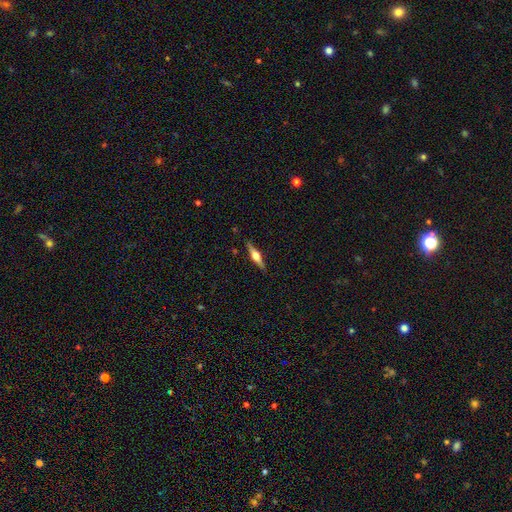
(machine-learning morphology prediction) featured or disk 71%, smooth 23%, star or artifact 6%. Down the decision tree: edge-on disk — yes (97%); edge-on bulge — rounded (93%); merging — none (89%).